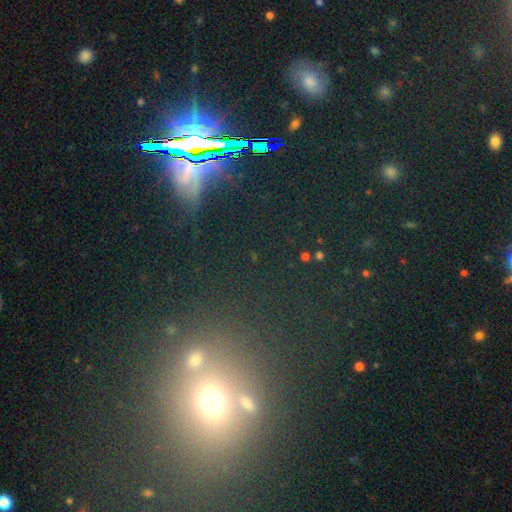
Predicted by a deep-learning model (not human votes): smooth-or-featured: star or artifact: 63% | smooth: 25% | featured or disk: 11%